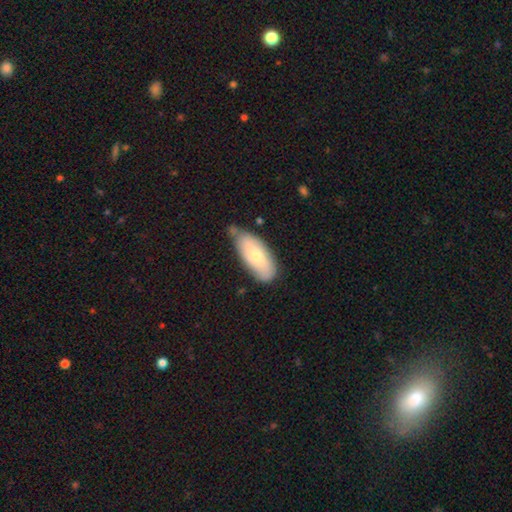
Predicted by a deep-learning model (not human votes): This appears to be a smooth galaxy with no disk features (66%) that is in between round and cigar-shaped (83%). Merging: none (61%).